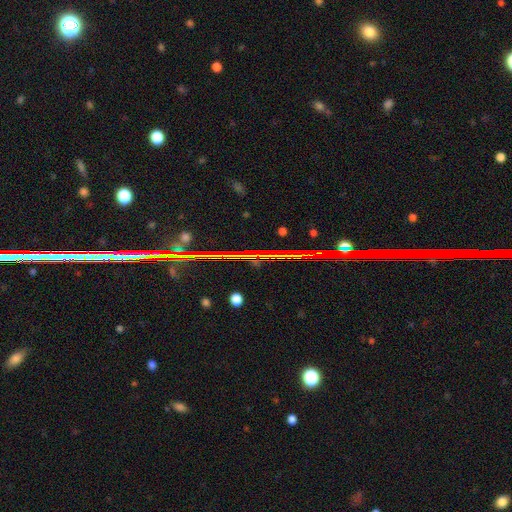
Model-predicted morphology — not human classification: A star or artifact, not a galaxy (76%).